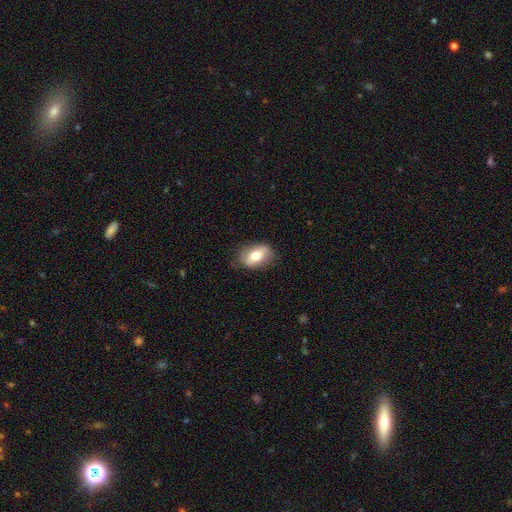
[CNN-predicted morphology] Smooth or featured? smooth (67%)
How rounded? in between (87%)
Merging? none (76%)